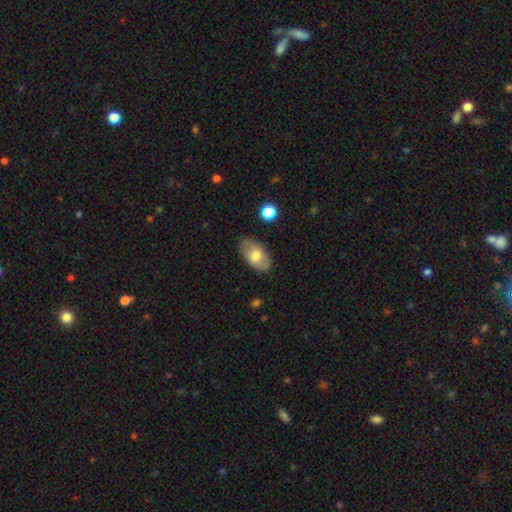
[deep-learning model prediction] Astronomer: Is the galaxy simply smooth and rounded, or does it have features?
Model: smooth — 63%.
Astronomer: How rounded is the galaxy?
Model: in between — 93%.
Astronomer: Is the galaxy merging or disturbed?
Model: none — 82%.